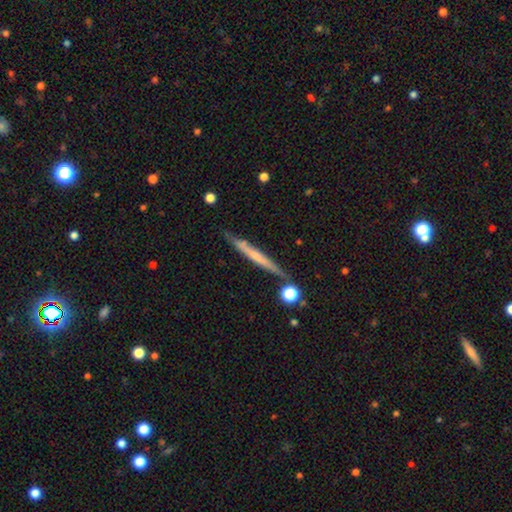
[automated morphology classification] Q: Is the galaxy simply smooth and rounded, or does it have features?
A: featured or disk — 52%.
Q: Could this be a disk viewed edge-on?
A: yes — 95%.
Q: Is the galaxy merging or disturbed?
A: none — 82%.